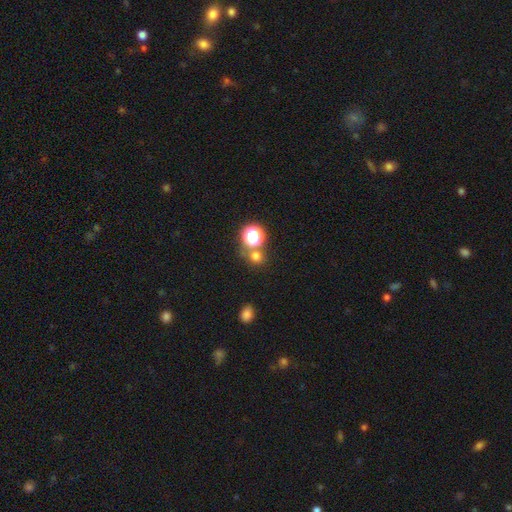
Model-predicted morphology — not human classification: smooth-or-featured: smooth: 67% | star or artifact: 26% | featured or disk: 7%
  how-rounded: round: 85% | in between: 14% | cigar-shaped: 1%
  merging: none: 68% | merger: 21% | minor disturbance: 8% | major disturbance: 4%